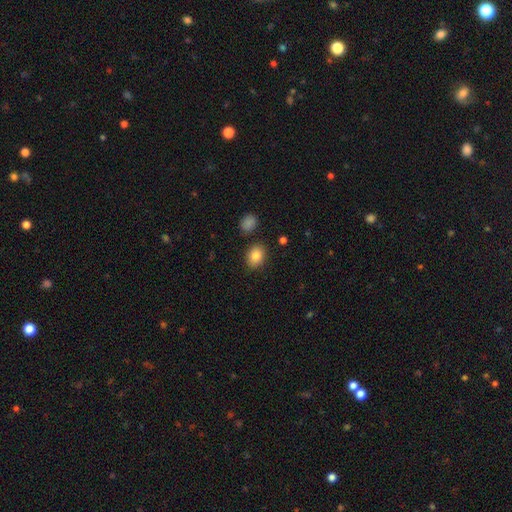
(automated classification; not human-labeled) Smooth or featured: smooth — 85% (star or artifact — 9%)
How rounded: in between — 64% (round — 35%)
Merging: none — 86% (minor disturbance — 9%)